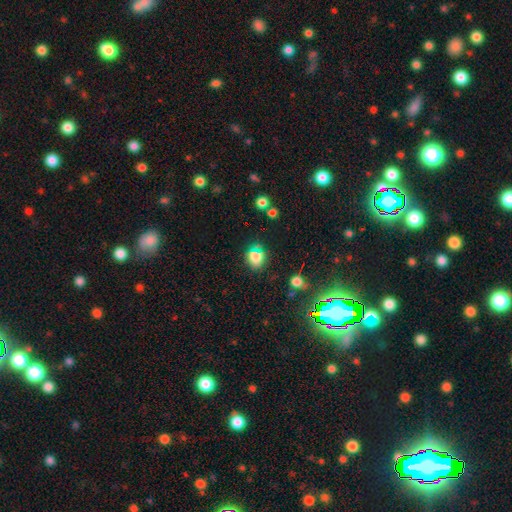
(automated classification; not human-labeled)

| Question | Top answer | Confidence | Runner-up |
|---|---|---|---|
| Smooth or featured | smooth | 72% | star or artifact (22%) |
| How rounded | round | 65% | in between (34%) |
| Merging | none | 72% | minor disturbance (15%) |